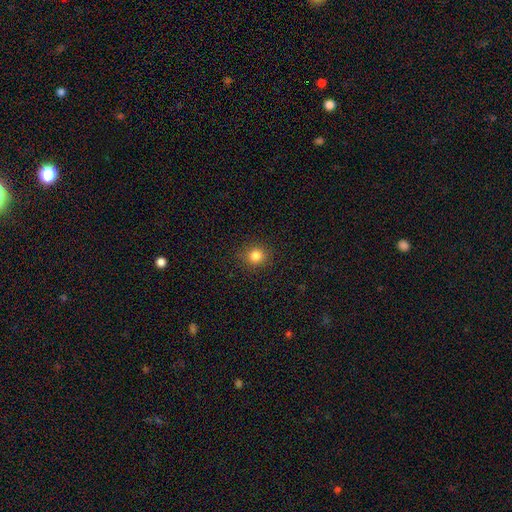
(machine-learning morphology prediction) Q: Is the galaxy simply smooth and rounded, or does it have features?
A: smooth — 83%.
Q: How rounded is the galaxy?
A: round — 90%.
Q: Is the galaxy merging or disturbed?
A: none — 90%.